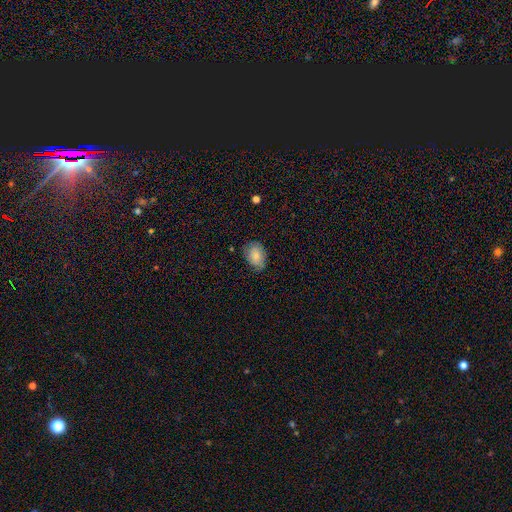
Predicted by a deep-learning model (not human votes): smooth-or-featured: smooth: 78% | featured or disk: 14% | star or artifact: 7%
  how-rounded: in between: 77% | round: 22% | cigar-shaped: 1%
  merging: none: 69% | minor disturbance: 25% | major disturbance: 5% | merger: 1%